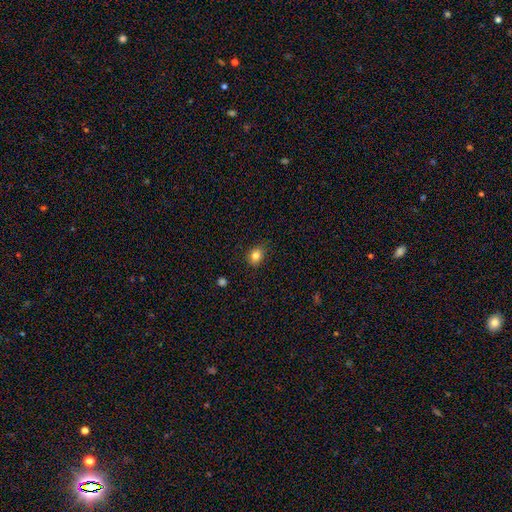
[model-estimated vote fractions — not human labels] Smooth or featured? smooth (82%)
How rounded? round (53%)
Merging? none (84%)